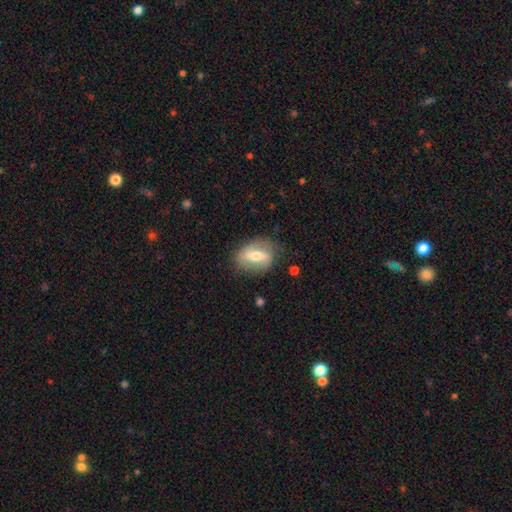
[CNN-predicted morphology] A featured or disk galaxy (54%). Merging: none (74%).